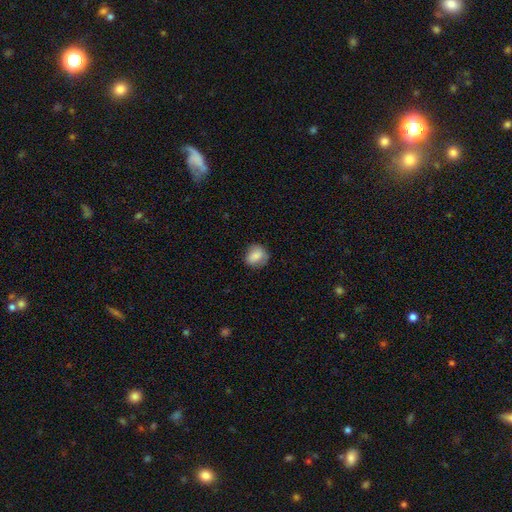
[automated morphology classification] type=smooth (83%); roundness=round (66%); merging=none (74%).